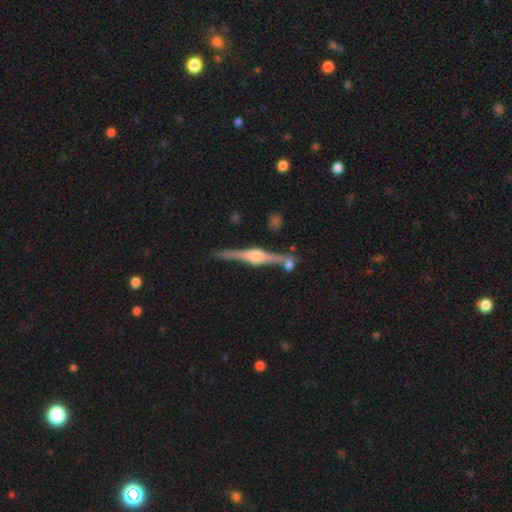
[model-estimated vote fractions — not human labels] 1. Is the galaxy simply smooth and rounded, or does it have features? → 88% featured or disk, 7% smooth, 5% star or artifact.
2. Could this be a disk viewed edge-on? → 98% yes, 2% no.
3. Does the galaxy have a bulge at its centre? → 92% rounded, 6% boxy, 2% none.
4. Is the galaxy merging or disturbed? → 85% none, 8% minor disturbance, 6% merger, 2% major disturbance.